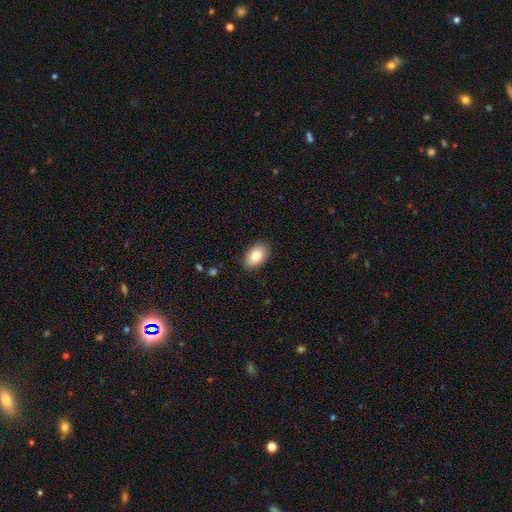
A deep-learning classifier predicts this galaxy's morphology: Smooth or featured: smooth — 83% (featured or disk — 10%)
How rounded: in between — 91% (round — 7%)
Merging: none — 88% (minor disturbance — 9%)